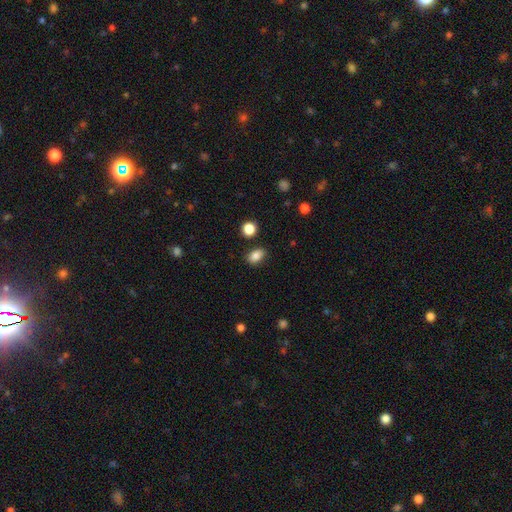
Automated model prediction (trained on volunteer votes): Smooth or featured: smooth — 84% (star or artifact — 10%)
How rounded: in between — 77% (round — 22%)
Merging: none — 83% (minor disturbance — 11%)